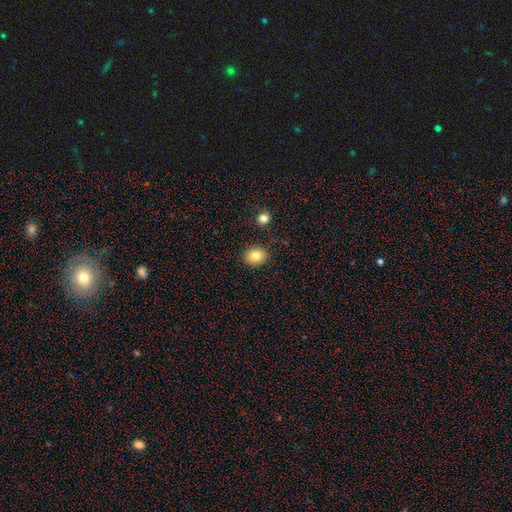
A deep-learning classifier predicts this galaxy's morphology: Smooth or featured?
  - smooth: 82% *
  - star or artifact: 10%
  - featured or disk: 8%
How rounded?
  - round: 61% *
  - in between: 38%
  - cigar-shaped: 1%
Merging?
  - none: 87% *
  - minor disturbance: 8%
  - merger: 2%
  - major disturbance: 2%